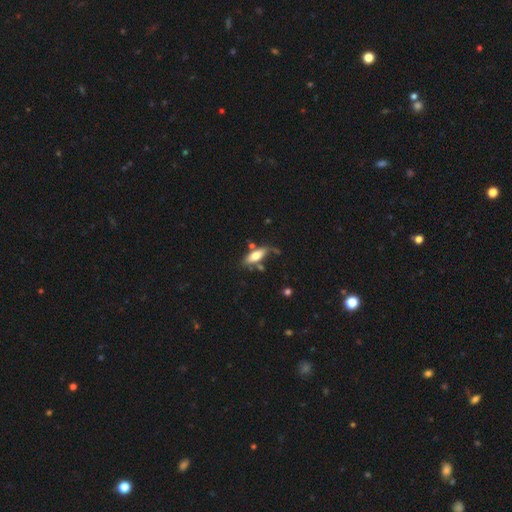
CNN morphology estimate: This is likely a smooth galaxy (65%). How rounded: likely in between (63%). Merging: possibly none (51%).